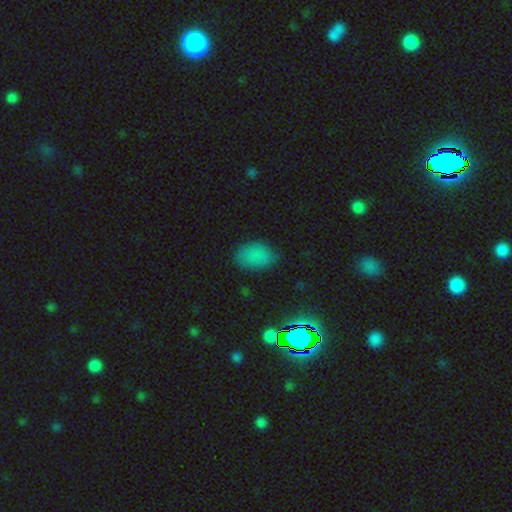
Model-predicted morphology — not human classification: Smooth or featured? Predicted: smooth (p=0.77). How rounded? Predicted: in between (p=0.83). Merging? Predicted: none (p=0.73).